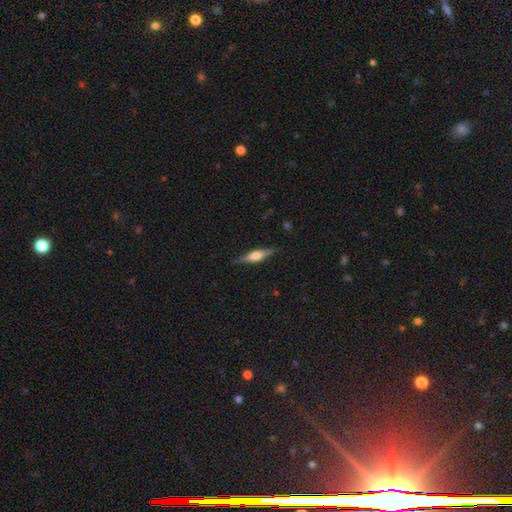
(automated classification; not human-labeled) Smooth or featured?
  - featured or disk: 56% *
  - smooth: 38%
  - star or artifact: 6%
Edge-on disk?
  - yes: 95% *
  - no: 5%
Edge-on bulge?
  - rounded: 80% *
  - boxy: 15%
  - none: 4%
Merging?
  - none: 85% *
  - minor disturbance: 12%
  - major disturbance: 3%
  - merger: 1%